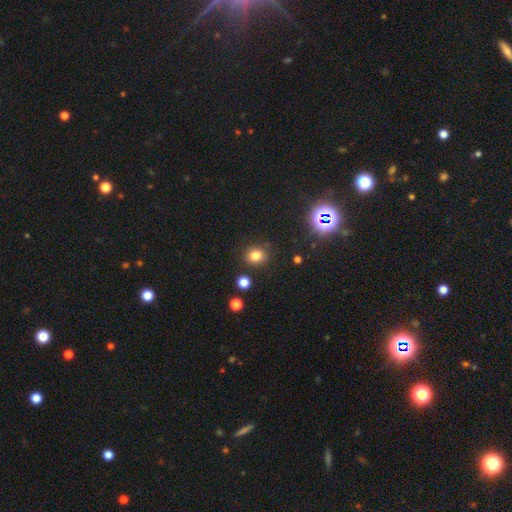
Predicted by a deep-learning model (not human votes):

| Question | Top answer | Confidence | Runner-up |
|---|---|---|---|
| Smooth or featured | smooth | 79% | star or artifact (15%) |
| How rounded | round | 77% | in between (22%) |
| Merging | none | 84% | minor disturbance (10%) |